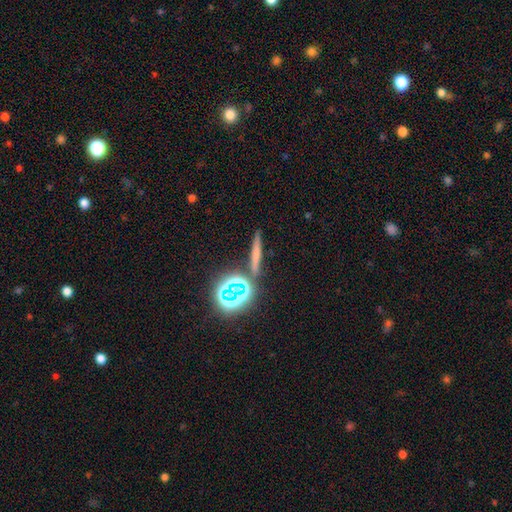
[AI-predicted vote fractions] Smooth or featured?
  - smooth: 48% *
  - featured or disk: 27%
  - star or artifact: 26%
Merging?
  - none: 85% *
  - minor disturbance: 7%
  - merger: 5%
  - major disturbance: 2%